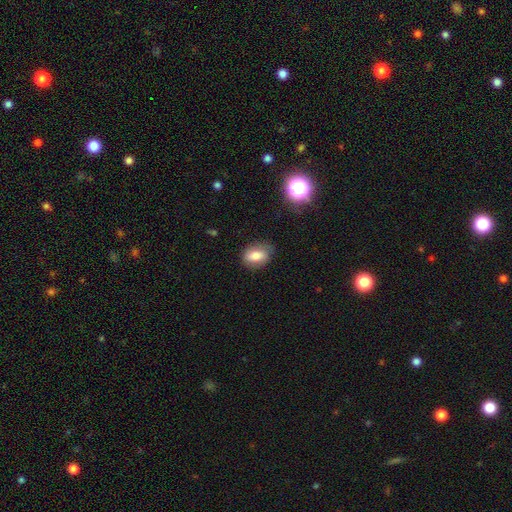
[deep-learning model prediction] smooth_or_featured: smooth (p=0.75) [alt: featured or disk p=0.16]
how_rounded: in between (p=0.81) [alt: round p=0.17]
merging: none (p=0.74) [alt: minor disturbance p=0.20]